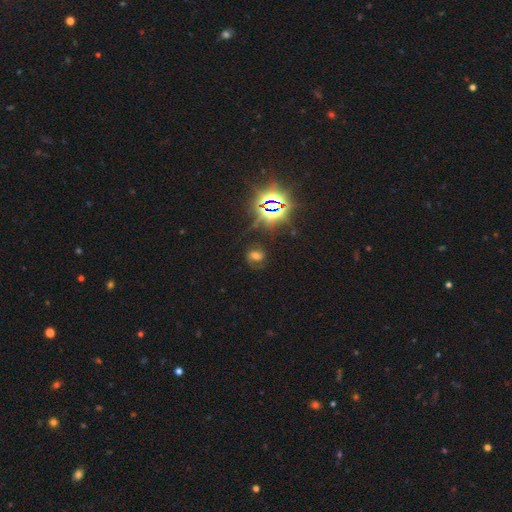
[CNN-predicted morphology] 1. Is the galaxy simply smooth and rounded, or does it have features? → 38% star or artifact, 36% featured or disk, 26% smooth.